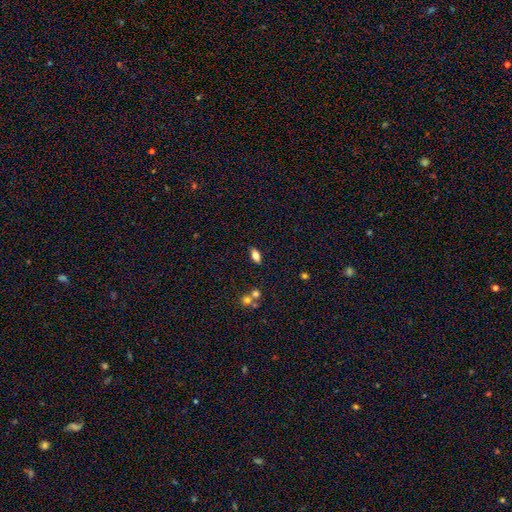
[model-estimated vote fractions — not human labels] smooth-or-featured: smooth: 75% | featured or disk: 15% | star or artifact: 10%
  how-rounded: in between: 87% | cigar-shaped: 9% | round: 5%
  merging: none: 83% | minor disturbance: 10% | merger: 4% | major disturbance: 3%